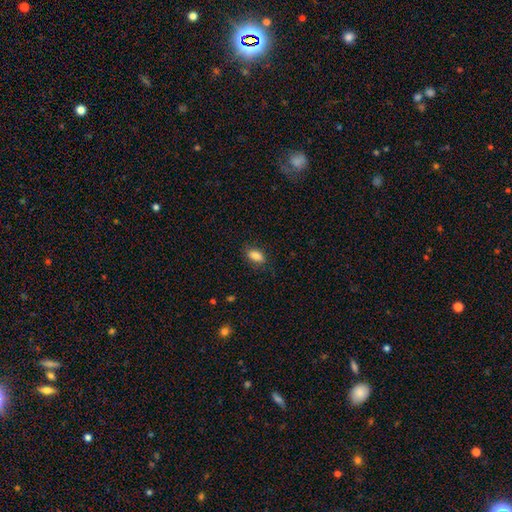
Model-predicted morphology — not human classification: type=smooth (85%); roundness=in between (89%); merging=none (82%).